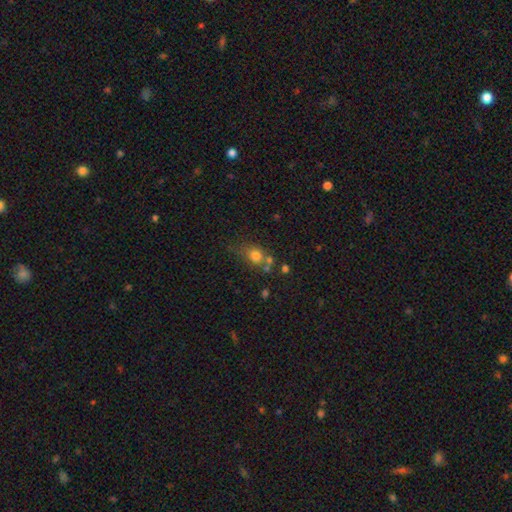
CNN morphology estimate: This is likely a smooth galaxy (74%). How rounded: likely round (65%). Merging: possibly none (49%).